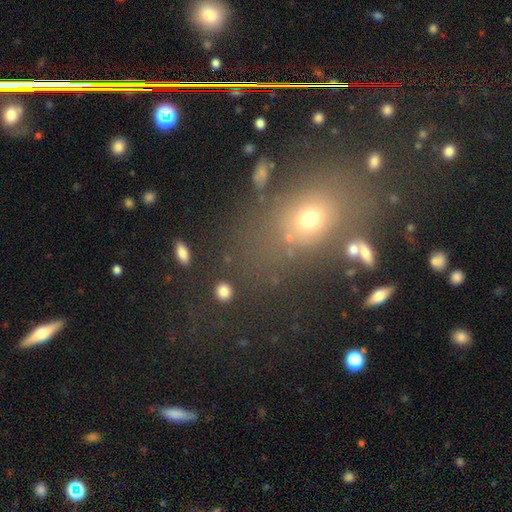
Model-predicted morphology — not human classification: Smooth or featured? Predicted: smooth (p=0.54). How rounded? Predicted: in between (p=0.60). Merging? Predicted: none (p=0.74).